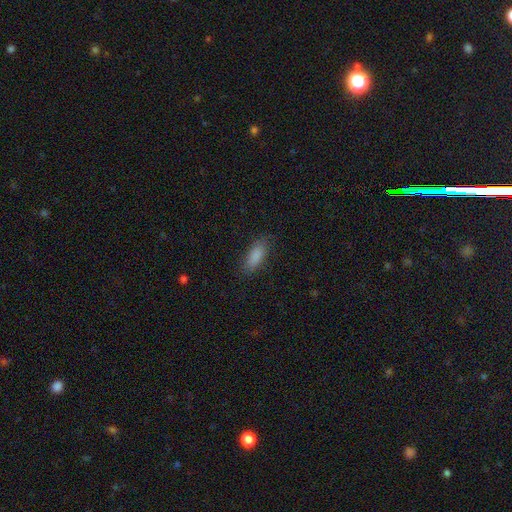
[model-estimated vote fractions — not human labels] Overall: smooth (86%). How rounded: in between (73%). Merging: none (84%).